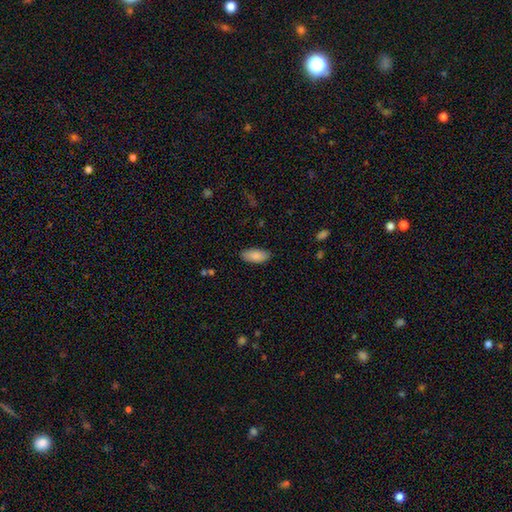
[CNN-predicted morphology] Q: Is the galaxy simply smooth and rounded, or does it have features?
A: smooth — 87%.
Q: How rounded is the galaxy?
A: in between — 89%.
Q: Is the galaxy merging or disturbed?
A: none — 85%.